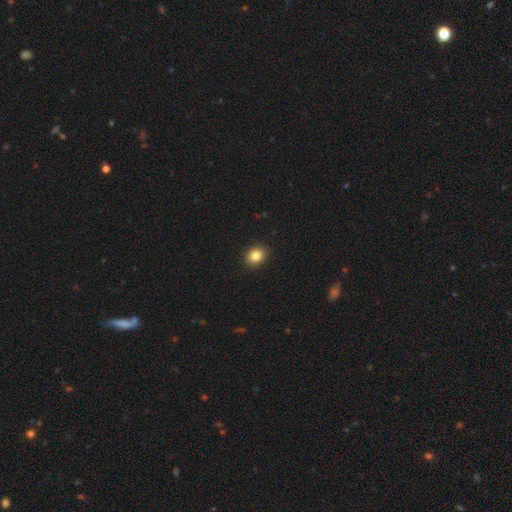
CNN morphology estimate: This is clearly a smooth galaxy (85%). How rounded: possibly round (51%). Merging: clearly none (91%).